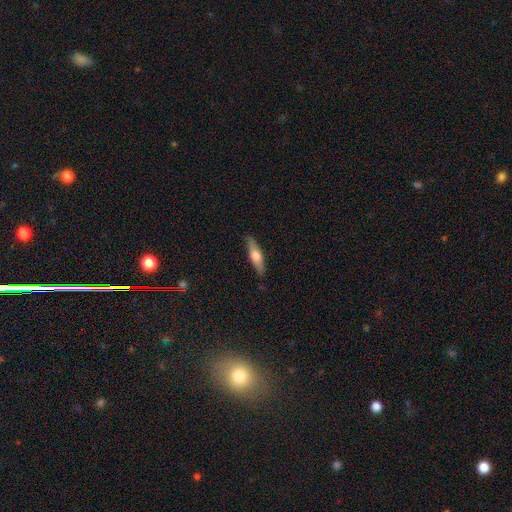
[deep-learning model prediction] Smooth or featured?
  - smooth: 47% * (tied)
  - featured or disk: 47% * (tied)
  - star or artifact: 6%
Merging?
  - none: 87% *
  - minor disturbance: 10%
  - major disturbance: 2%
  - merger: 1%